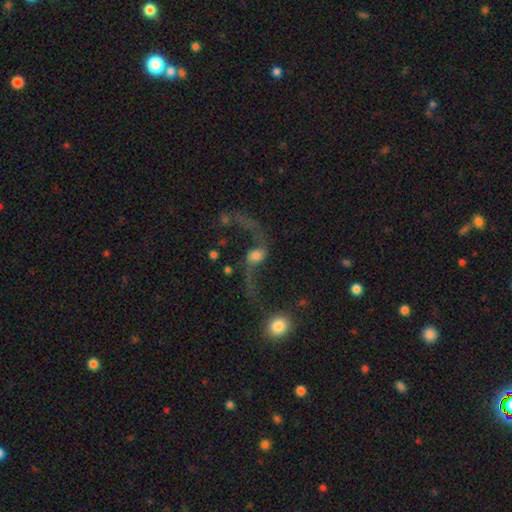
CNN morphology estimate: Smooth or featured: featured or disk — 75% (smooth — 16%)
Edge-on disk: no — 91% (yes — 9%)
Bar: no — 57% (weak — 31%)
Spiral arms: yes — 90% (no — 10%)
Spiral winding: loose — 95% (medium — 3%)
Spiral arm count: 2 — 93% (1 — 3%)
Bulge size: moderate — 36% (large — 29%)
Merging: none — 40% (major disturbance — 30%)